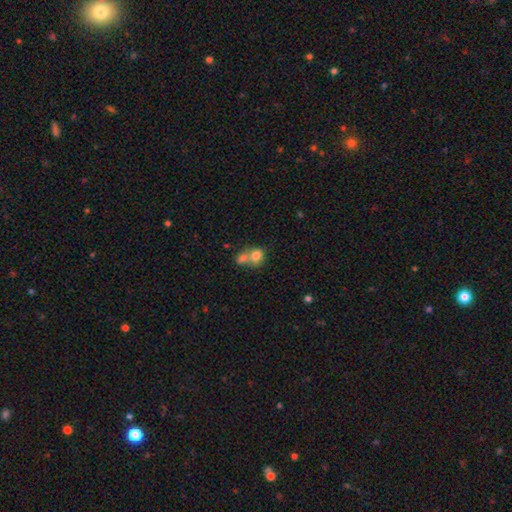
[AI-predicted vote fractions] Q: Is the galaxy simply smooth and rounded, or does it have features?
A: smooth — 76%.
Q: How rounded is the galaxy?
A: round — 58%.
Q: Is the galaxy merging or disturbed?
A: merger — 64%.